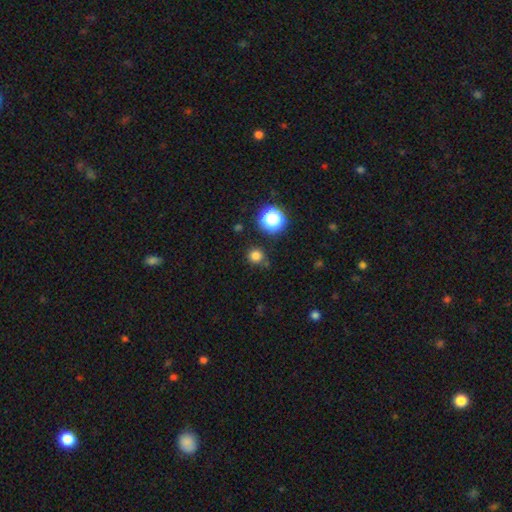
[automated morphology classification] Overall: smooth (77%). How rounded: round (93%). Merging: none (82%).